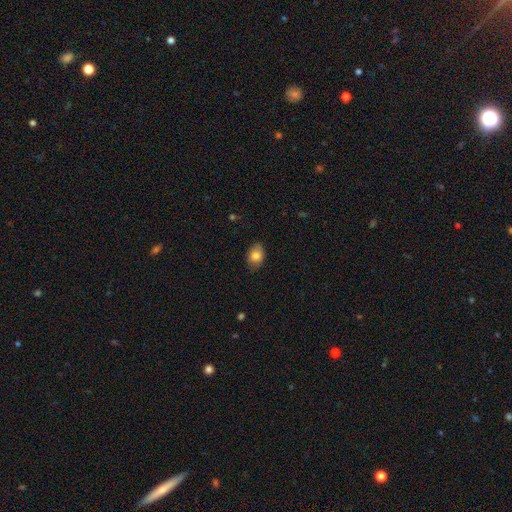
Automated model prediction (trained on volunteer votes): Overall: smooth (81%). How rounded: in between (75%). Merging: none (79%).